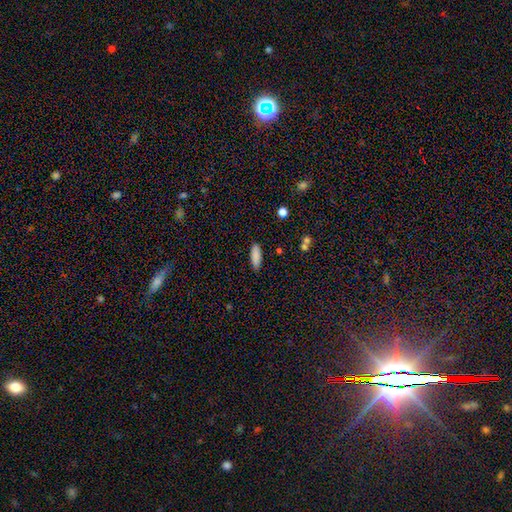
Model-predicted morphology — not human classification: Smooth or featured?
  - smooth: 86% *
  - star or artifact: 8%
  - featured or disk: 6%
How rounded?
  - in between: 53% *
  - cigar-shaped: 46%
  - round: 2%
Merging?
  - none: 87% *
  - minor disturbance: 9%
  - major disturbance: 2%
  - merger: 2%